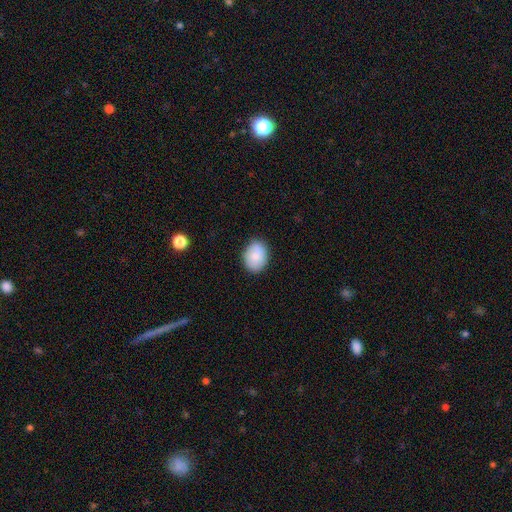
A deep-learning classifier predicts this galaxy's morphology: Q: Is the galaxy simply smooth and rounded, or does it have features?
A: smooth — 83%.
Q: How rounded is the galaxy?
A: in between — 63%.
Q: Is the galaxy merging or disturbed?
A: none — 85%.